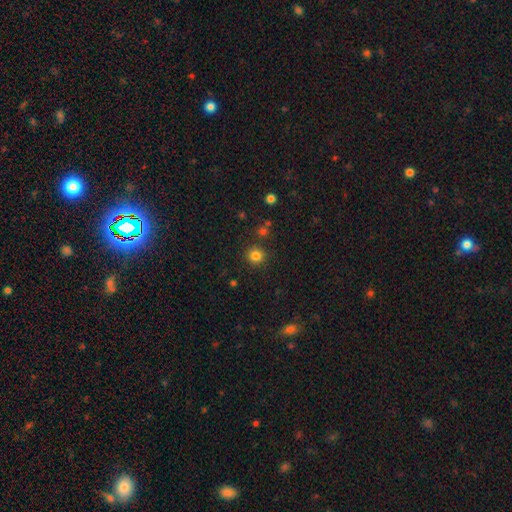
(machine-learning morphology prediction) smooth_or_featured: smooth (p=0.82) [alt: star or artifact p=0.13]
how_rounded: round (p=0.93) [alt: in between p=0.06]
merging: none (p=0.87) [alt: minor disturbance p=0.07]